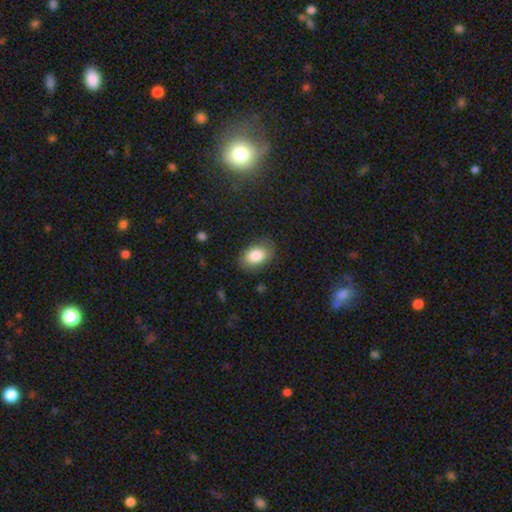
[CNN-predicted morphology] Smooth or featured? Predicted: smooth (p=0.83). How rounded? Predicted: in between (p=0.87). Merging? Predicted: none (p=0.81).